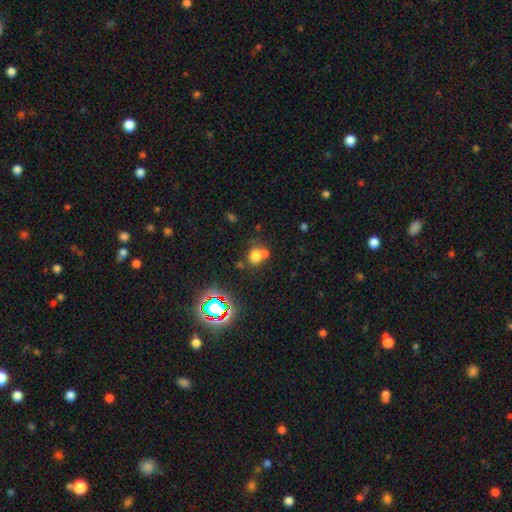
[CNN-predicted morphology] Smooth or featured: smooth — 69% (star or artifact — 18%)
How rounded: round — 65% (in between — 34%)
Merging: merger — 44% (none — 42%)